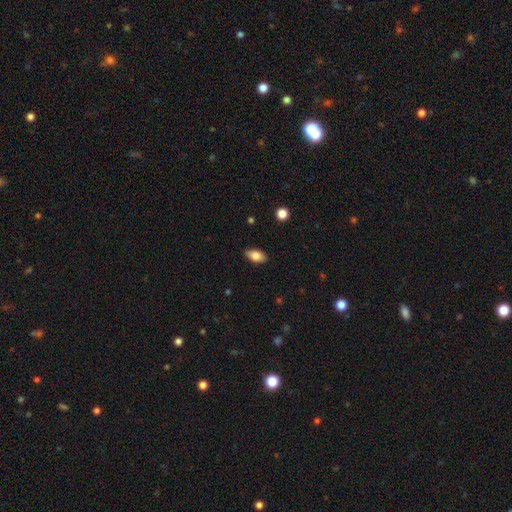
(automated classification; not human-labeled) Smooth or featured? Predicted: smooth (p=0.80). How rounded? Predicted: in between (p=0.90). Merging? Predicted: none (p=0.87).